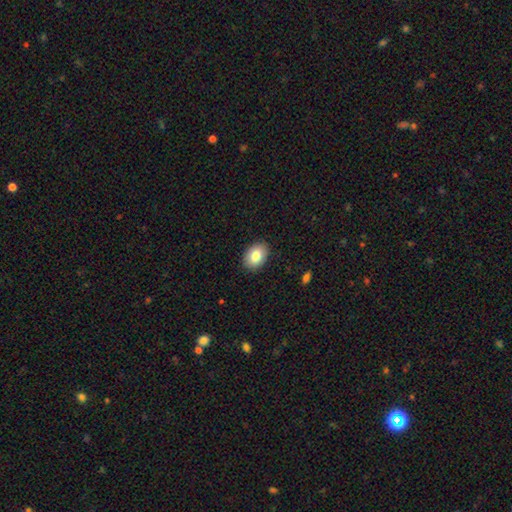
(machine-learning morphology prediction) Smooth or featured?
  - smooth: 82% *
  - featured or disk: 10%
  - star or artifact: 7%
How rounded?
  - in between: 82% *
  - round: 17%
  - cigar-shaped: 1%
Merging?
  - none: 89% *
  - minor disturbance: 8%
  - major disturbance: 2%
  - merger: 1%